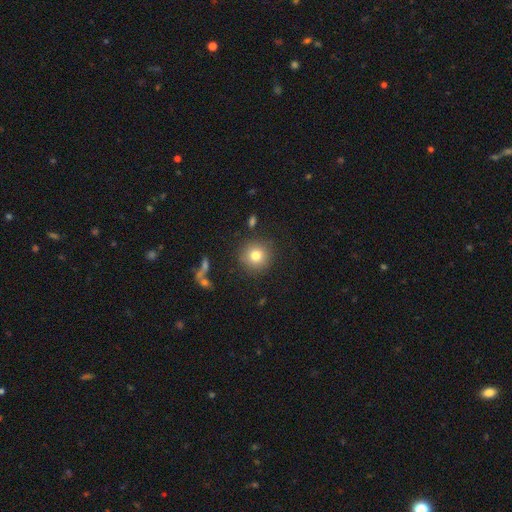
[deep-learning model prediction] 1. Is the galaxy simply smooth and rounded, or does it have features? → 78% smooth, 12% star or artifact, 10% featured or disk.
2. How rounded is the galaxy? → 94% round, 5% in between, 1% cigar-shaped.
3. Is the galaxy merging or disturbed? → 87% none, 8% minor disturbance, 3% major disturbance, 2% merger.